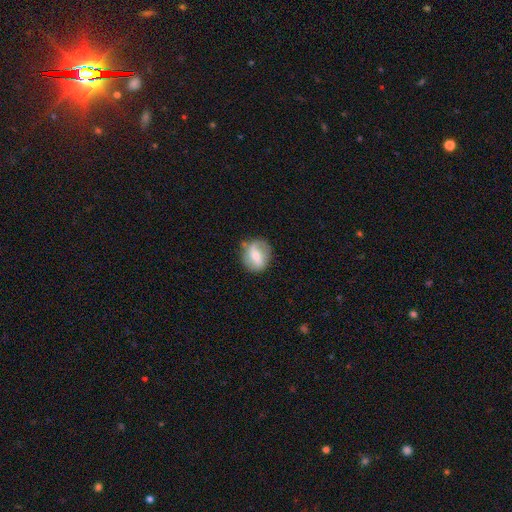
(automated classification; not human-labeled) Smooth or featured?
  - smooth: 46% * (tied)
  - featured or disk: 46% * (tied)
  - star or artifact: 7%
Merging?
  - none: 75% *
  - minor disturbance: 18%
  - major disturbance: 5%
  - merger: 2%